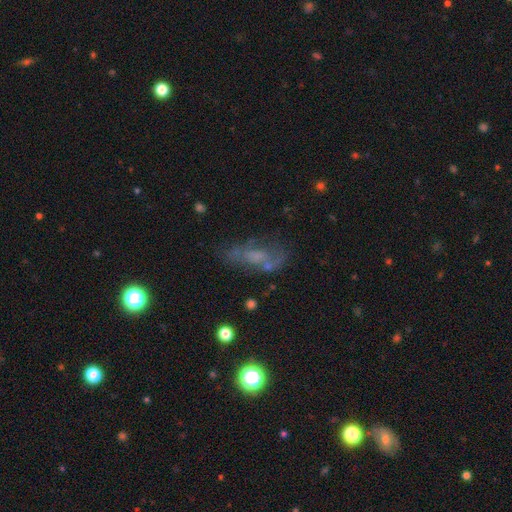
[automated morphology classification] A featured or disk galaxy (47%).

Vote fractions:
- Smooth or featured? featured or disk: 47% / smooth: 33% / star or artifact: 20%
- Merging? none: 55% / minor disturbance: 21% / major disturbance: 18% / merger: 6%